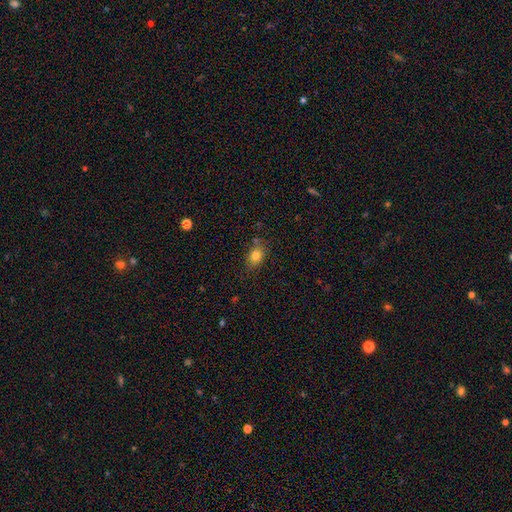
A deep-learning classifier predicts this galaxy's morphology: Smooth or featured?
  - smooth: 80% *
  - star or artifact: 11%
  - featured or disk: 9%
How rounded?
  - in between: 70% *
  - round: 28%
  - cigar-shaped: 2%
Merging?
  - none: 77% *
  - minor disturbance: 15%
  - merger: 5%
  - major disturbance: 3%